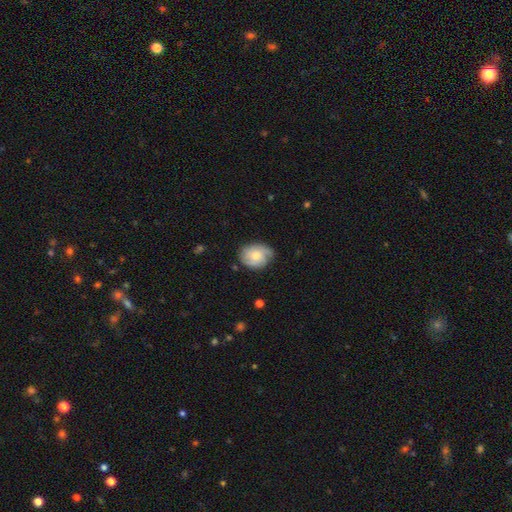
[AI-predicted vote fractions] Morphology: type=smooth (47%); merging=none (69%).